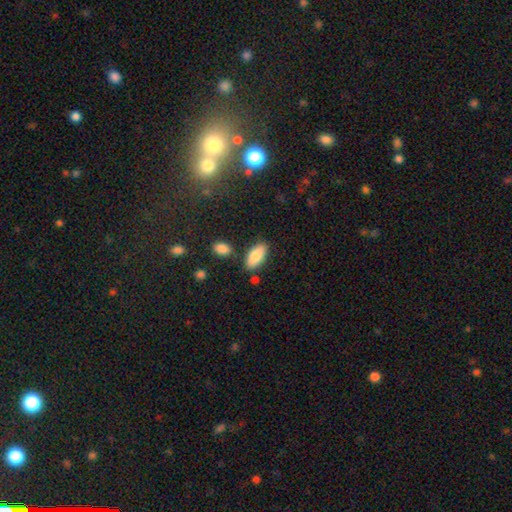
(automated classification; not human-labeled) Smooth or featured: smooth — 84% (featured or disk — 9%)
How rounded: in between — 90% (cigar-shaped — 7%)
Merging: none — 80% (minor disturbance — 12%)